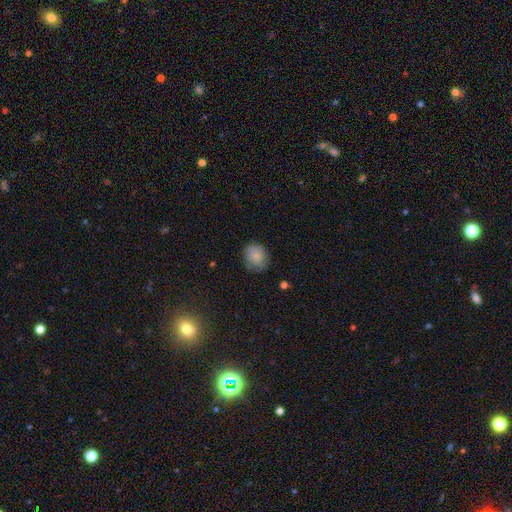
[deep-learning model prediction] The model was most divided on "how rounded": round: 68%, in between: 31%, cigar-shaped: 1%. More confident: smooth or featured — smooth (80%); merging — none (71%).